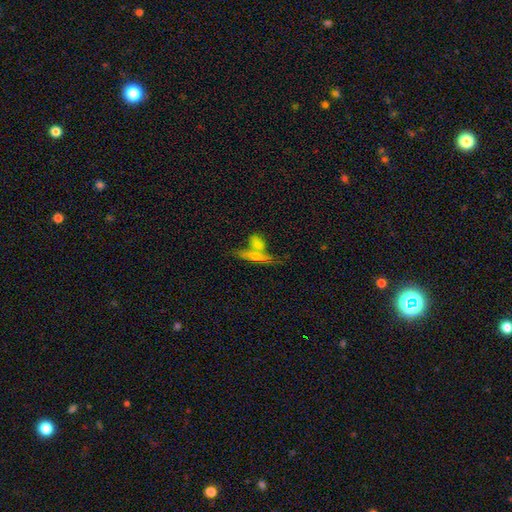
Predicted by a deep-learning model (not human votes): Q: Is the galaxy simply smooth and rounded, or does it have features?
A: smooth — 47%.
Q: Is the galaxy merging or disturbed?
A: none — 44%.